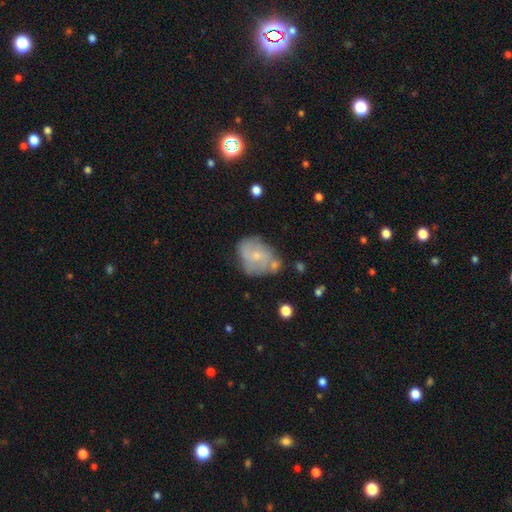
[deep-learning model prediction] smooth-or-featured: featured or disk: 54% | smooth: 38% | star or artifact: 8%
  disk-edge-on: no: 97% | yes: 3%
    bar: no: 73% | weak: 24% | strong: 3%
    has-spiral-arms: yes: 66% | no: 34%
    bulge-size: small: 57% | moderate: 32% | none: 8% | large: 2% | dominant: 1%
  merging: none: 51% | minor disturbance: 26% | merger: 12% | major disturbance: 11%